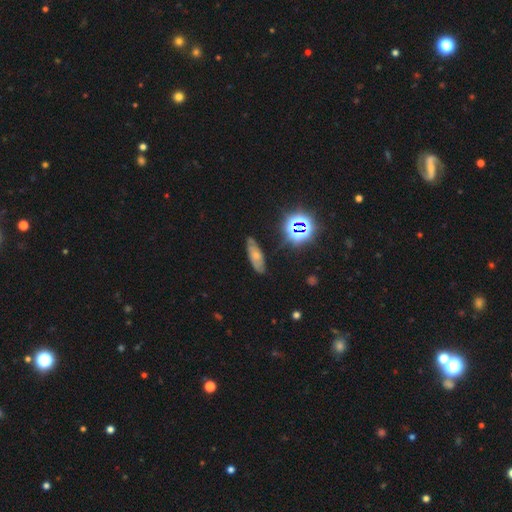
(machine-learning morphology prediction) smooth 44%, featured or disk 35%, star or artifact 21%. Down the decision tree: merging — none (72%).